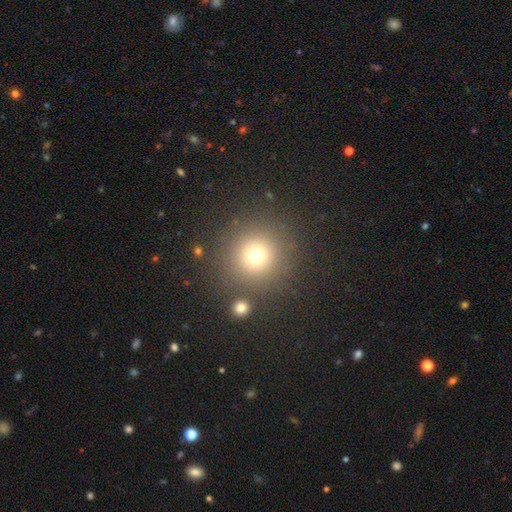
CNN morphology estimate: This is likely a smooth galaxy (72%). How rounded: clearly round (94%). Merging: clearly none (85%).